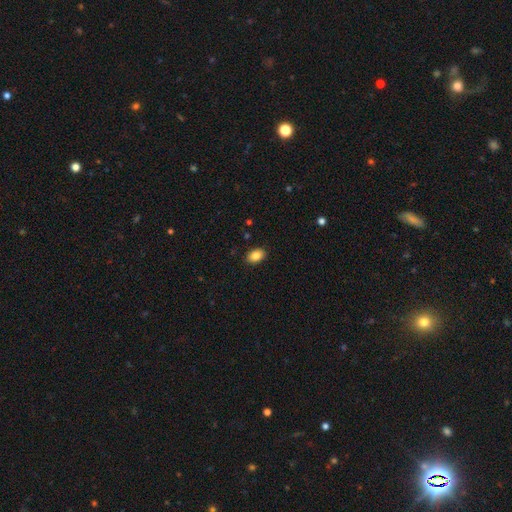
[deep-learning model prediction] smooth 87%, star or artifact 8%, featured or disk 5%. Down the decision tree: how rounded — in between (86%); merging — none (89%).